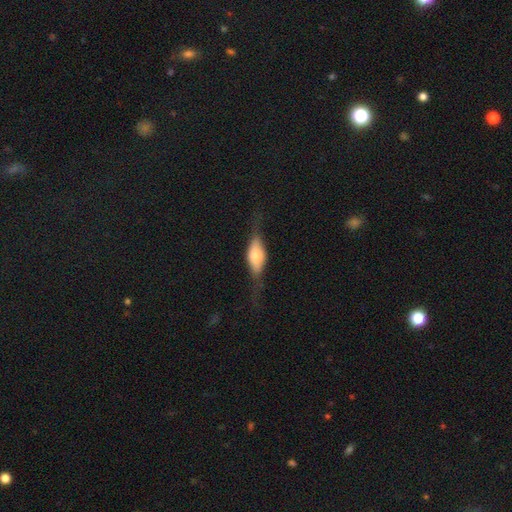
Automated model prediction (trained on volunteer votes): Smooth or featured?
  - featured or disk: 50% *
  - smooth: 44%
  - star or artifact: 6%
Edge-on disk?
  - yes: 87% *
  - no: 13%
Merging?
  - none: 63% *
  - minor disturbance: 22%
  - major disturbance: 13%
  - merger: 2%